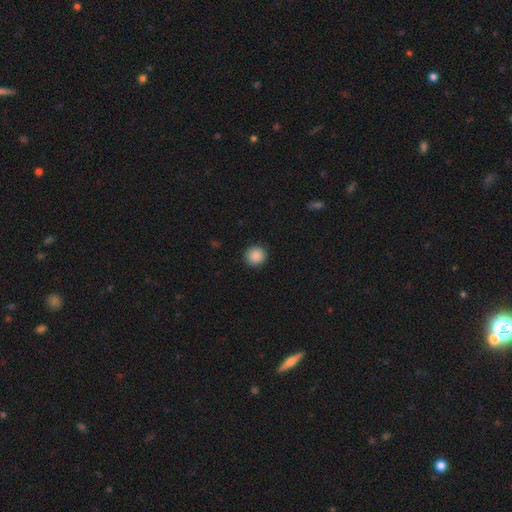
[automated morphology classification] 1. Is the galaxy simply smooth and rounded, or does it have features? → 89% smooth, 9% star or artifact, 3% featured or disk.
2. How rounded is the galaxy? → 93% round, 6% in between, 1% cigar-shaped.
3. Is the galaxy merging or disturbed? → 92% none, 6% minor disturbance, 2% major disturbance, 1% merger.